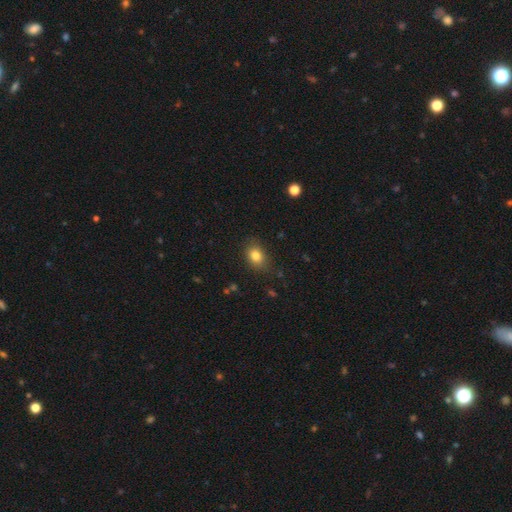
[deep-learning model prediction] smooth-or-featured: smooth: 82% | star or artifact: 10% | featured or disk: 8%
  how-rounded: in between: 67% | round: 32% | cigar-shaped: 1%
  merging: none: 80% | minor disturbance: 15% | major disturbance: 4% | merger: 1%